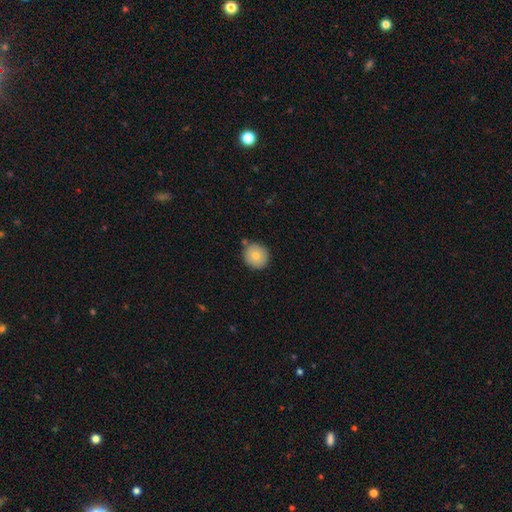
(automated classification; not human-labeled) Overall: smooth (77%). How rounded: round (92%). Merging: none (81%).